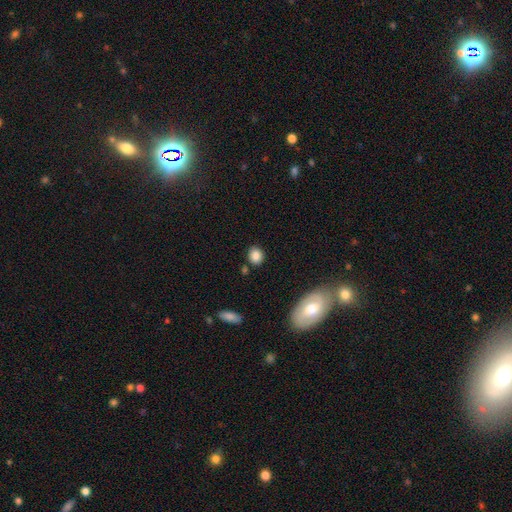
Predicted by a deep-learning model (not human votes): Smooth or featured? smooth (84%)
How rounded? round (61%)
Merging? none (81%)